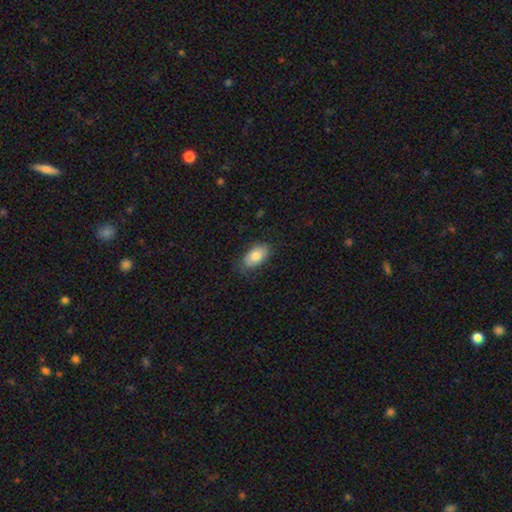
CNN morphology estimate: This appears to be a smooth galaxy with no disk features (81%) that is in between round and cigar-shaped (93%). Merging: none (79%).